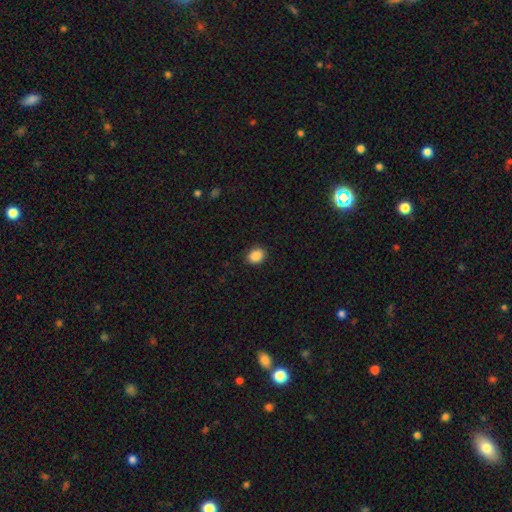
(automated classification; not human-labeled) Q: Smooth or featured?
A: smooth (88%); runner-up: star or artifact (9%)
Q: How rounded?
A: round (50%); runner-up: in between (49%)
Q: Merging?
A: none (88%); runner-up: minor disturbance (9%)